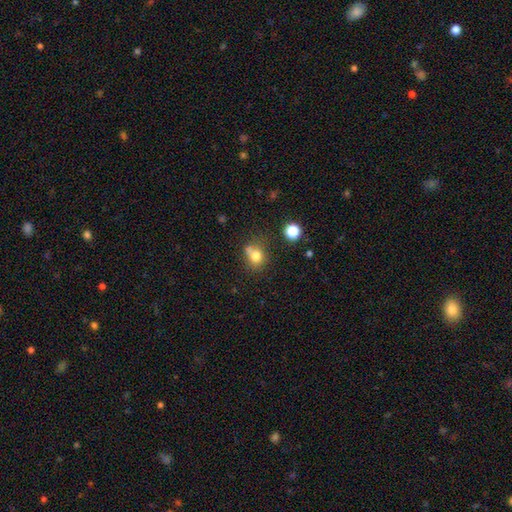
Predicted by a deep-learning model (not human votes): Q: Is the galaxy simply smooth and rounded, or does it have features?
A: smooth — 76%.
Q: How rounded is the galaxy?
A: round — 66%.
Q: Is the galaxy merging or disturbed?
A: none — 51%.